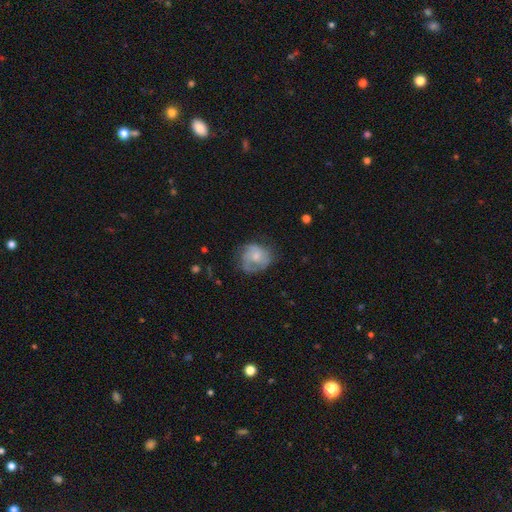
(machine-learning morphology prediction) Smooth or featured?
  - featured or disk: 55% *
  - smooth: 38%
  - star or artifact: 7%
Edge-on disk?
  - no: 98% *
  - yes: 2%
Bar?
  - no: 71% *
  - weak: 25%
  - strong: 4%
Spiral arms?
  - yes: 75% *
  - no: 25%
Bulge size?
  - small: 42% *
  - moderate: 40%
  - none: 12%
  - large: 4%
  - dominant: 1%
Merging?
  - none: 53% *
  - minor disturbance: 26%
  - major disturbance: 19%
  - merger: 2%